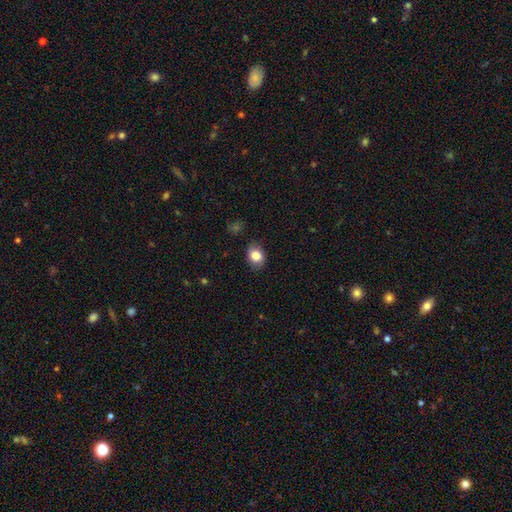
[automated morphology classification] A smooth galaxy with no disk features (82%) that is in between round and cigar-shaped (58%).

Vote fractions:
- Smooth or featured? smooth: 82% / featured or disk: 9% / star or artifact: 9%
- How rounded? in between: 58% / round: 41% / cigar-shaped: 1%
- Merging? none: 79% / minor disturbance: 16% / major disturbance: 4% / merger: 1%